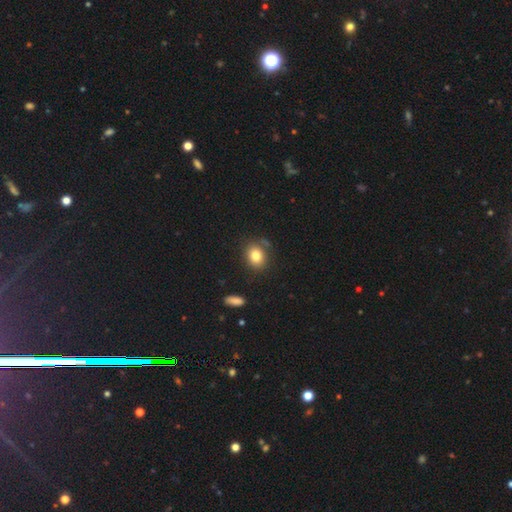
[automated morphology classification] Smooth or featured?
  - smooth: 81% *
  - star or artifact: 10%
  - featured or disk: 9%
How rounded?
  - round: 54% *
  - in between: 45%
  - cigar-shaped: 1%
Merging?
  - none: 77% *
  - minor disturbance: 13%
  - merger: 6%
  - major disturbance: 4%